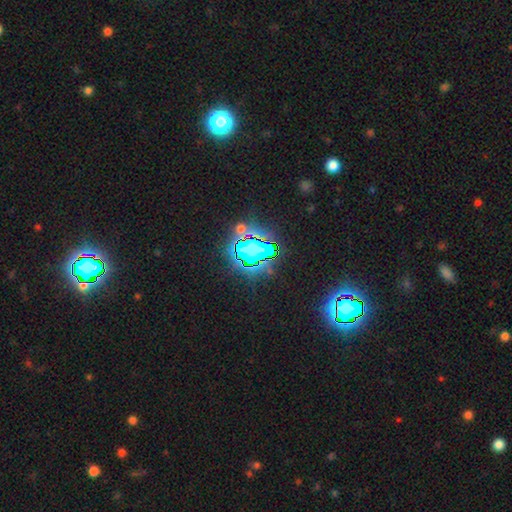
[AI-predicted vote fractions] Smooth or featured?
  - star or artifact: 79% *
  - smooth: 13%
  - featured or disk: 8%